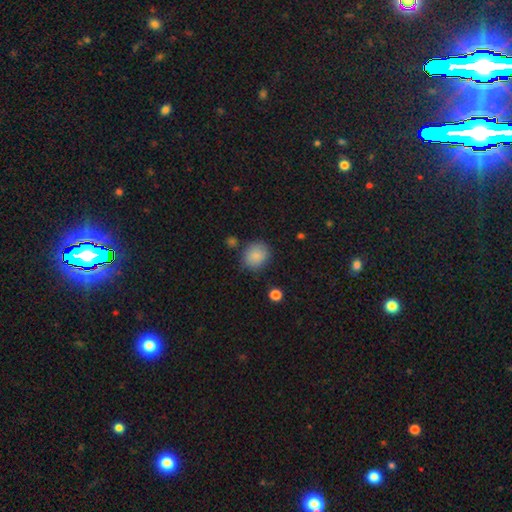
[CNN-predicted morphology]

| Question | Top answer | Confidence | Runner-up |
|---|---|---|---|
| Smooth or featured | smooth | 86% | star or artifact (8%) |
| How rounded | round | 69% | in between (31%) |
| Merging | none | 79% | minor disturbance (14%) |